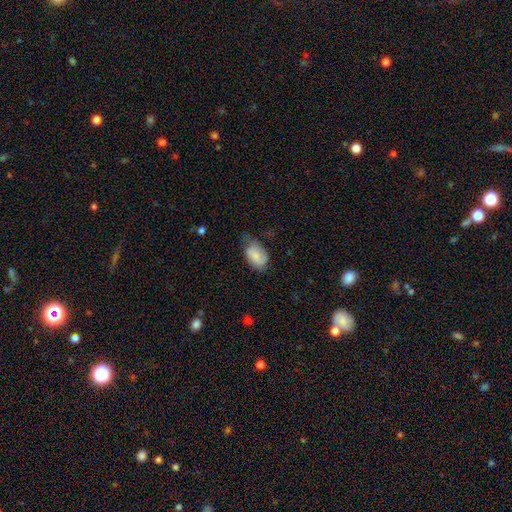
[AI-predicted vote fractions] Smooth or featured?
  - smooth: 76% *
  - featured or disk: 18%
  - star or artifact: 7%
How rounded?
  - in between: 90% *
  - round: 9%
  - cigar-shaped: 1%
Merging?
  - minor disturbance: 43% *
  - none: 35%
  - major disturbance: 20%
  - merger: 2%